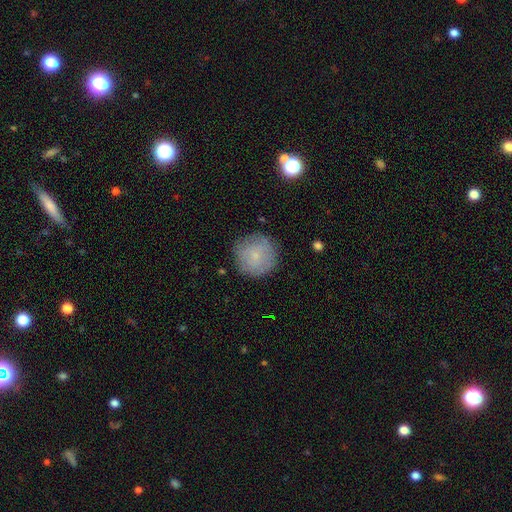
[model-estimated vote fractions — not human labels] Q: Smooth or featured?
A: smooth (75%); runner-up: featured or disk (17%)
Q: How rounded?
A: round (95%); runner-up: in between (4%)
Q: Merging?
A: none (83%); runner-up: minor disturbance (12%)